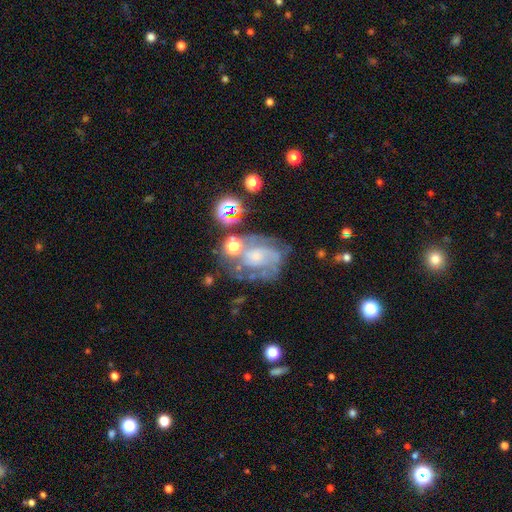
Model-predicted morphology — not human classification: Smooth or featured? Predicted: featured or disk (p=0.74). Edge-on disk? Predicted: no (p=0.97). Bar? Predicted: no (p=0.68). Spiral arms? Predicted: yes (p=0.86). Spiral winding? Predicted: tight (p=0.48). Spiral arm count? Predicted: 2 (p=0.38). Bulge size? Predicted: small (p=0.53). Merging? Predicted: none (p=0.50).